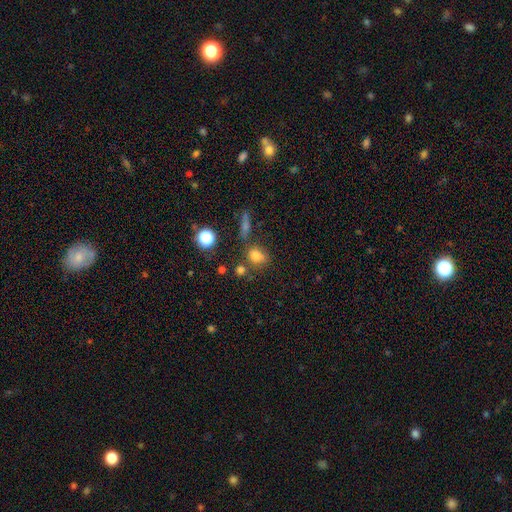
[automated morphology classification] smooth_or_featured: smooth (p=0.73) [alt: star or artifact p=0.18]
how_rounded: round (p=0.51) [alt: in between p=0.46]
merging: none (p=0.60) [alt: minor disturbance p=0.17]